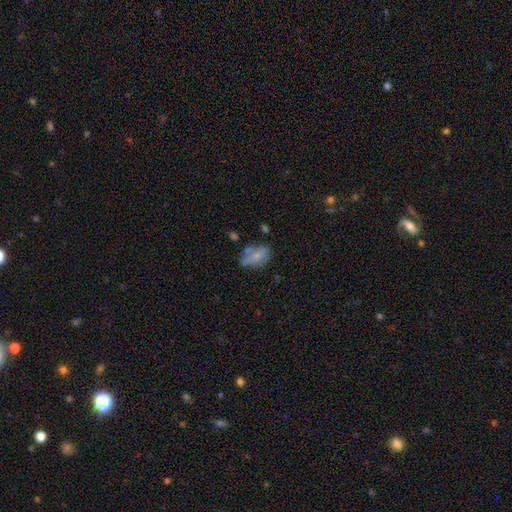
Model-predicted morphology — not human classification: A smooth galaxy with no disk features (60%) that is in between round and cigar-shaped (83%).

Vote fractions:
- Smooth or featured? smooth: 60% / featured or disk: 29% / star or artifact: 10%
- How rounded? in between: 83% / round: 13% / cigar-shaped: 4%
- Merging? none: 43% / minor disturbance: 26% / merger: 17% / major disturbance: 15%